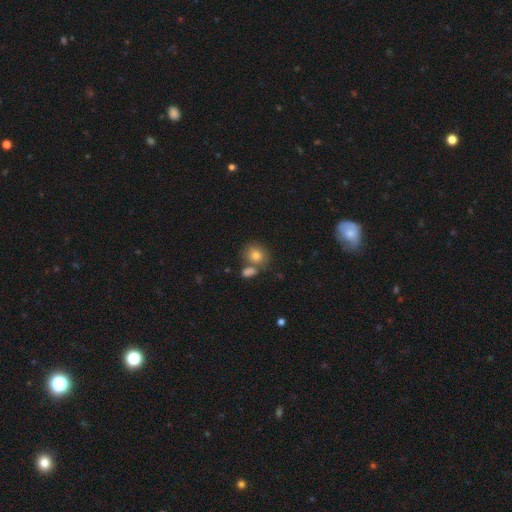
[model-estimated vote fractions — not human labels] smooth 80%, star or artifact 10%, featured or disk 10%. Down the decision tree: how rounded — round (64%); merging — none (57%).